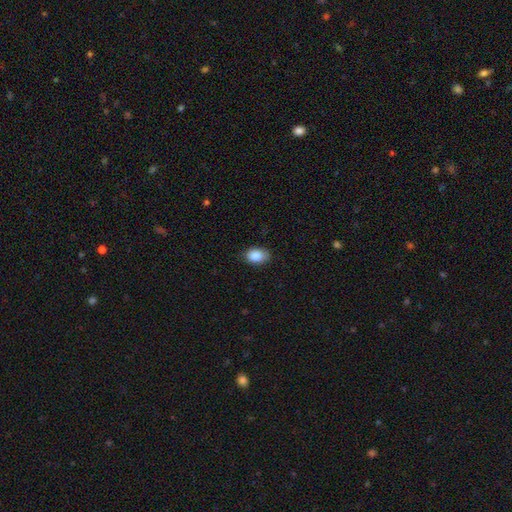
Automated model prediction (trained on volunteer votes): Q: Smooth or featured?
A: smooth (88%); runner-up: star or artifact (7%)
Q: How rounded?
A: in between (86%); runner-up: round (13%)
Q: Merging?
A: none (81%); runner-up: minor disturbance (15%)